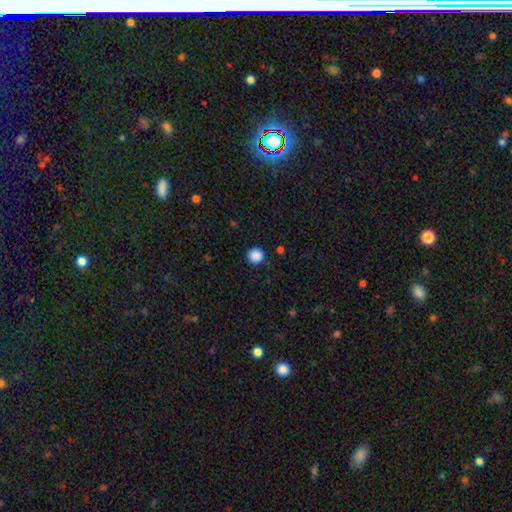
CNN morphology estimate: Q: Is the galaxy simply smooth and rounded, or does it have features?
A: smooth — 88%.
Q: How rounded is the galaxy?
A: round — 94%.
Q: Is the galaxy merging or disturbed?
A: none — 90%.